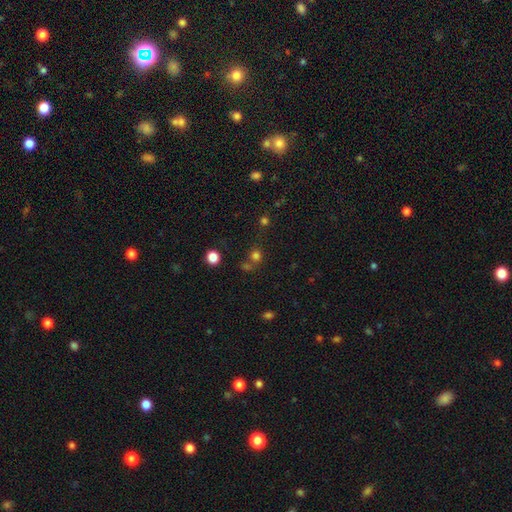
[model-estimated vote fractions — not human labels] A smooth galaxy with no disk features (70%) that is round (86%).

Vote fractions:
- Smooth or featured? smooth: 70% / star or artifact: 24% / featured or disk: 6%
- How rounded? round: 86% / in between: 13% / cigar-shaped: 1%
- Merging? none: 64% / merger: 22% / minor disturbance: 9% / major disturbance: 5%